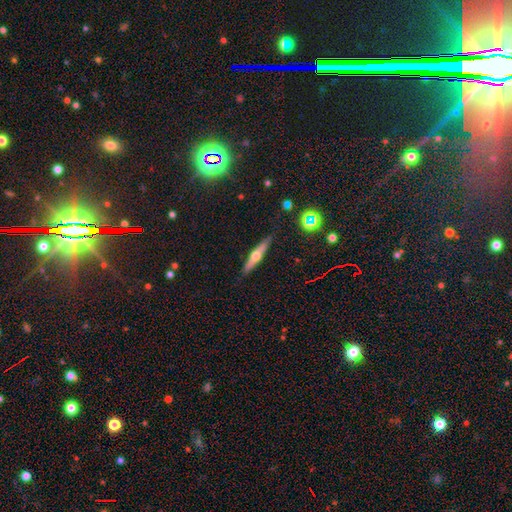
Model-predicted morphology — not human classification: A featured or disk galaxy (61%) viewed edge-on (95%) with a rounded central bulge (93%). Merging: none (88%).